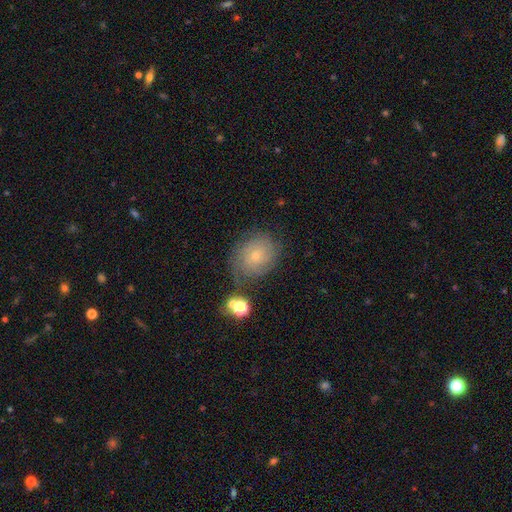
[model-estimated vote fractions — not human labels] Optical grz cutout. It shows a featured or disk galaxy (49%). Merging: none (65%).